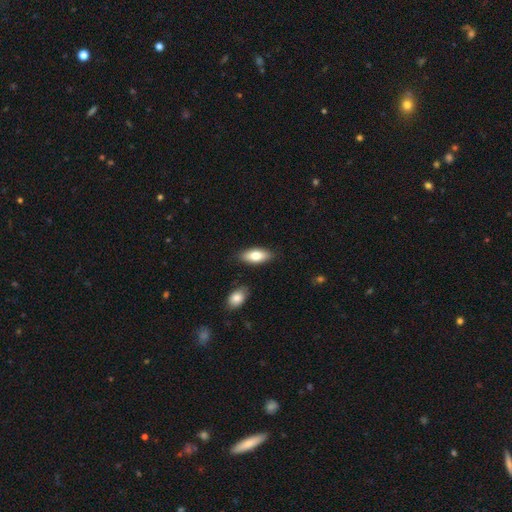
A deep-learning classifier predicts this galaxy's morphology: The model was most divided on "smooth or featured": smooth: 79%, featured or disk: 15%, star or artifact: 6%. More confident: how rounded — in between (86%); merging — none (85%).